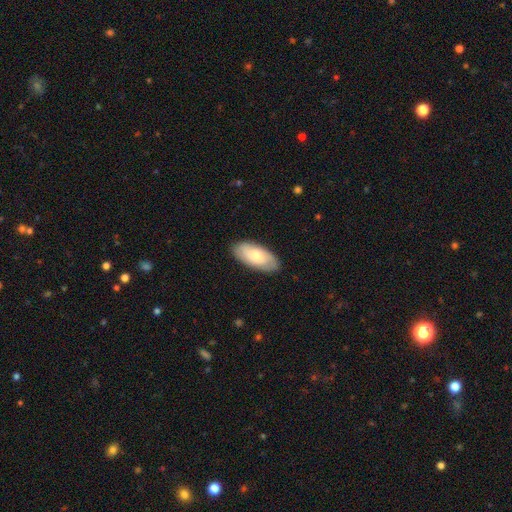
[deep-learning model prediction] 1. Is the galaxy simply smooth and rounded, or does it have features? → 71% smooth, 23% featured or disk, 6% star or artifact.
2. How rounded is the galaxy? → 91% in between, 7% cigar-shaped, 2% round.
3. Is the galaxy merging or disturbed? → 86% none, 11% minor disturbance, 2% major disturbance, 1% merger.